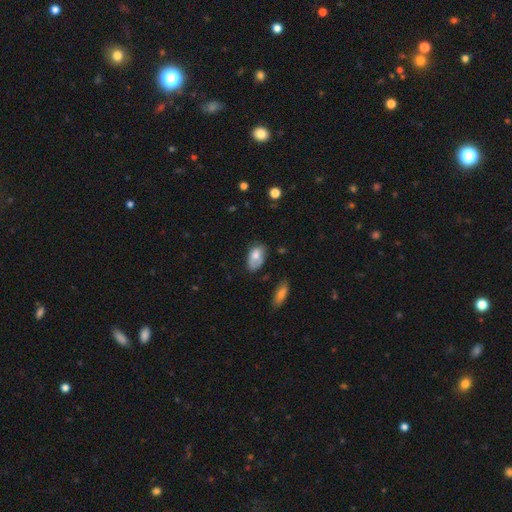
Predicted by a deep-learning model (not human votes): A smooth galaxy with no disk features (71%) that is in between round and cigar-shaped (91%). Merging: none (48%).